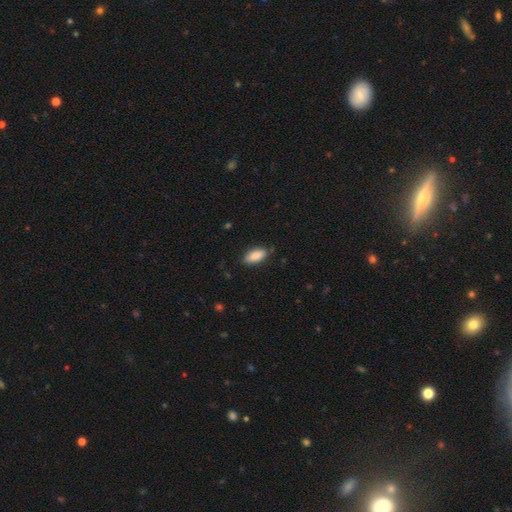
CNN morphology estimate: smooth-or-featured: smooth: 87% | star or artifact: 6% | featured or disk: 6%
  how-rounded: in between: 90% | cigar-shaped: 8% | round: 2%
  merging: none: 81% | minor disturbance: 15% | major disturbance: 3% | merger: 1%